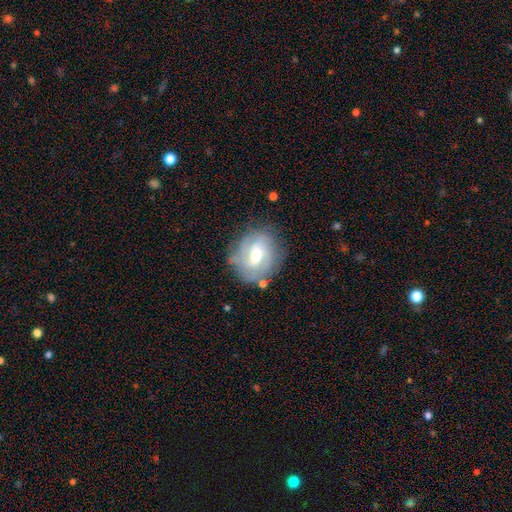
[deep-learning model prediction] This is likely a featured or disk galaxy (71%). It is clearly not viewed edge-on (96%). Bar: possibly weak (51%). Spiral arm pattern: clearly yes (84%). Spiral arm count: marginally can't tell (40%). Spiral winding: possibly tight (50%). Central bulge: likely moderate (64%). Merging: likely none (68%).